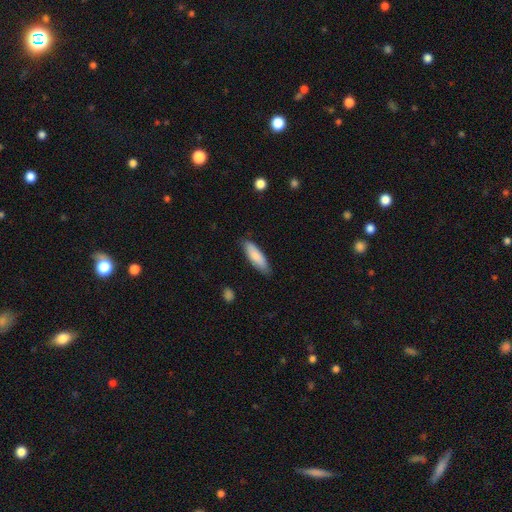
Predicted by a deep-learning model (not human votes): A smooth galaxy with no disk features (83%) that is in between round and cigar-shaped (50%). Merging: none (84%).